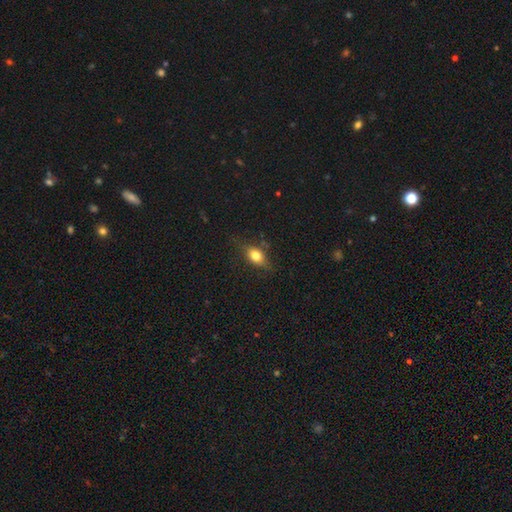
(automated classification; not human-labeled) Q: Smooth or featured?
A: smooth (68%); runner-up: featured or disk (20%)
Q: How rounded?
A: in between (69%); runner-up: round (22%)
Q: Merging?
A: none (71%); runner-up: minor disturbance (21%)